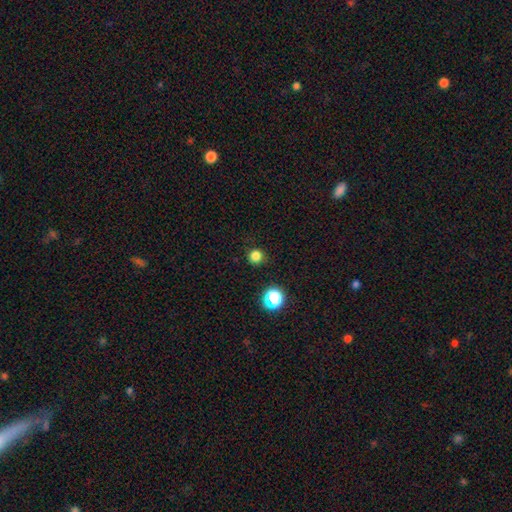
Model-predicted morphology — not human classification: smooth-or-featured: smooth: 80% | star or artifact: 16% | featured or disk: 3%
  how-rounded: round: 94% | in between: 5% | cigar-shaped: 1%
  merging: none: 89% | minor disturbance: 7% | major disturbance: 2% | merger: 2%